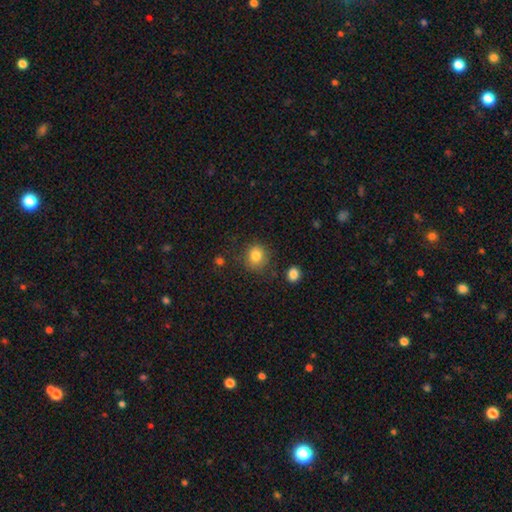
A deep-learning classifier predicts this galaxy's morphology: type=smooth (83%); roundness=round (86%); merging=none (81%).